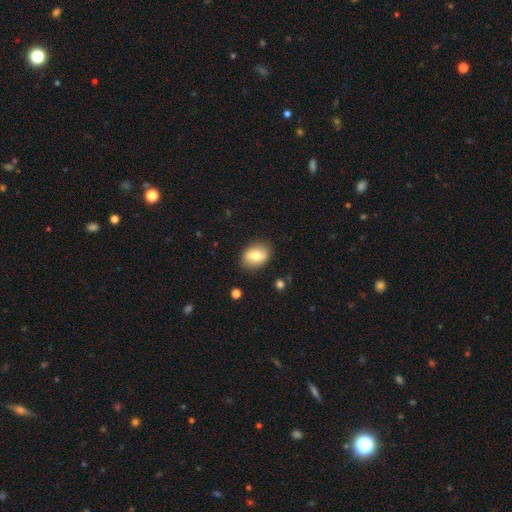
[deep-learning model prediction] A smooth galaxy with no disk features (75%) that is in between round and cigar-shaped (71%). Merging: none (86%).